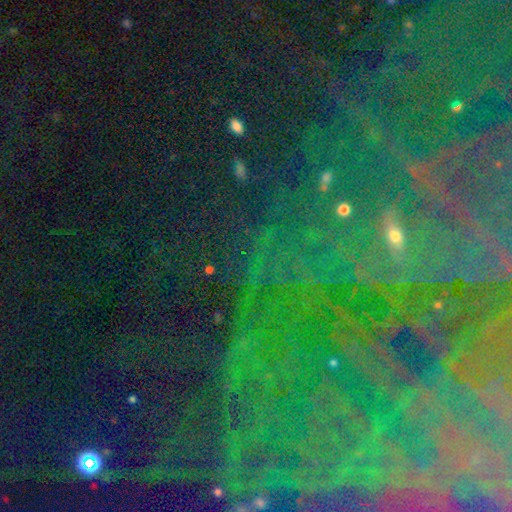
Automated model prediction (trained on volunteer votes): This is possibly a star or artifact rather than a galaxy (59%).